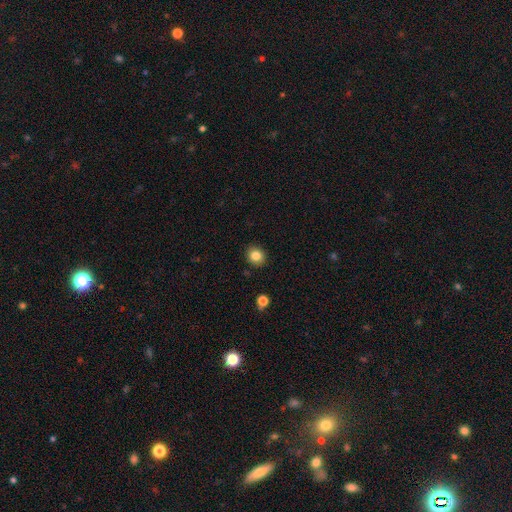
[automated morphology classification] Q: Smooth or featured?
A: smooth (83%); runner-up: star or artifact (11%)
Q: How rounded?
A: round (79%); runner-up: in between (21%)
Q: Merging?
A: none (90%); runner-up: minor disturbance (7%)